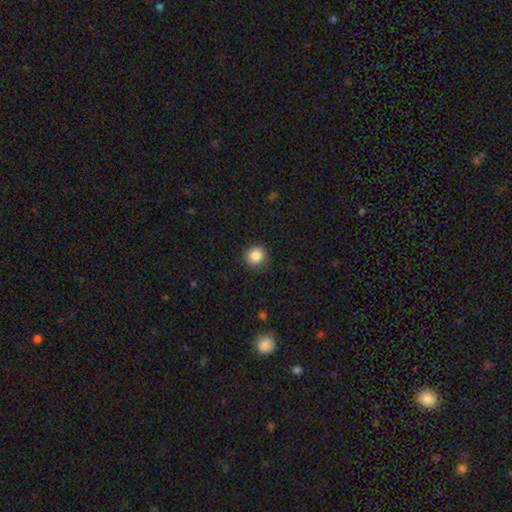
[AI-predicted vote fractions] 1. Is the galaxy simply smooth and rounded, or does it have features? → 87% smooth, 10% star or artifact, 3% featured or disk.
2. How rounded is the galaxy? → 92% round, 7% in between, 1% cigar-shaped.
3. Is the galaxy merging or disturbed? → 90% none, 7% minor disturbance, 2% major disturbance, 1% merger.